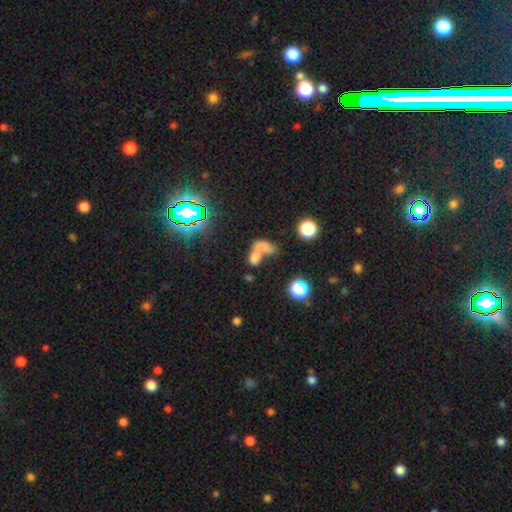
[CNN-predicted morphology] Smooth or featured? Predicted: smooth (p=0.60). How rounded? Predicted: in between (p=0.73). Merging? Predicted: merger (p=0.61).